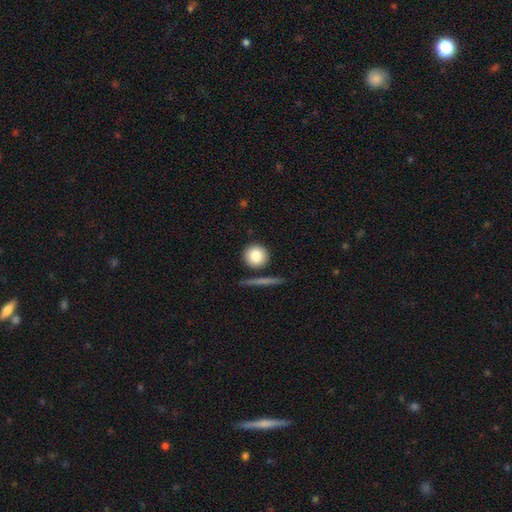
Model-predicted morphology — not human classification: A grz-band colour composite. It shows a smooth galaxy with no disk features (82%) that is round (92%). Merging: none (80%).